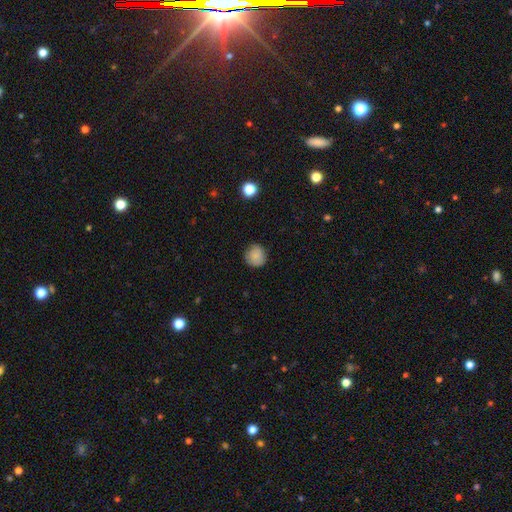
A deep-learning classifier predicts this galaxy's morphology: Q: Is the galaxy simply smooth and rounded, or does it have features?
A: smooth — 84%.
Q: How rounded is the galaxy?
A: round — 90%.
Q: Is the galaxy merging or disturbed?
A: none — 83%.